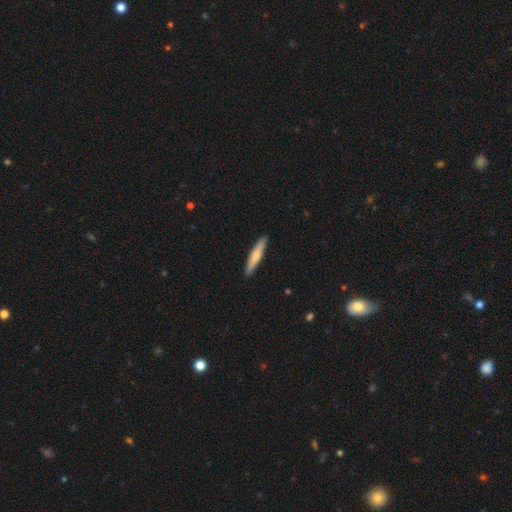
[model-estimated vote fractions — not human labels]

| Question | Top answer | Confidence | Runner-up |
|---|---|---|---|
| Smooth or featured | smooth | 67% | featured or disk (28%) |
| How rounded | cigar-shaped | 89% | in between (9%) |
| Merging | none | 91% | minor disturbance (7%) |